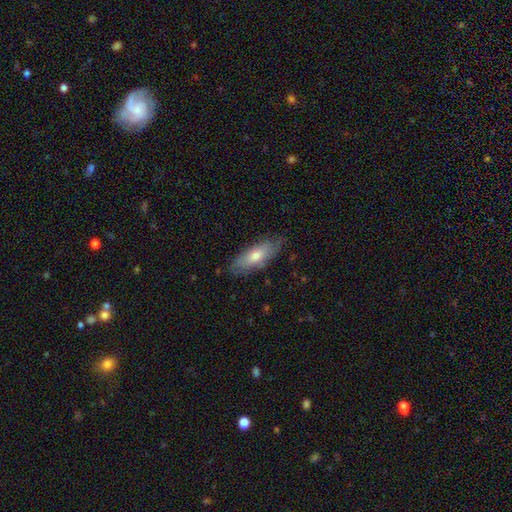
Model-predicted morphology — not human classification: This appears to be a smooth galaxy with no disk features (59%) that is in between round and cigar-shaped (61%). Merging: none (76%).